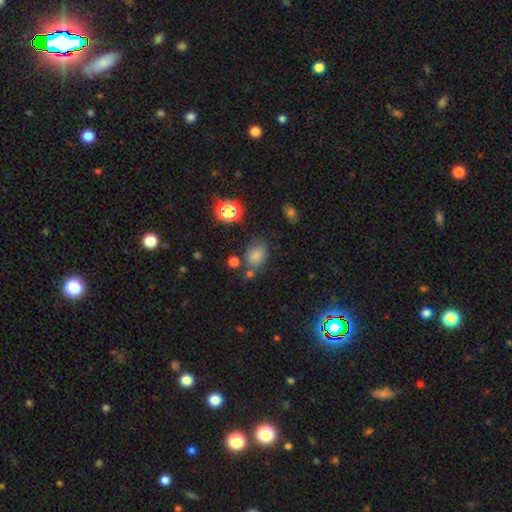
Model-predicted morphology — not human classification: Smooth or featured: smooth — 73% (star or artifact — 19%)
How rounded: in between — 67% (round — 31%)
Merging: none — 64% (minor disturbance — 18%)